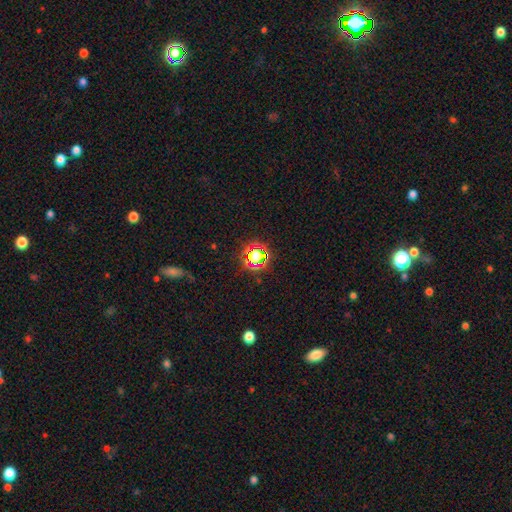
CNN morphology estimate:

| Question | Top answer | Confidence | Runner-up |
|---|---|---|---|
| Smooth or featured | star or artifact | 57% | smooth (33%) |